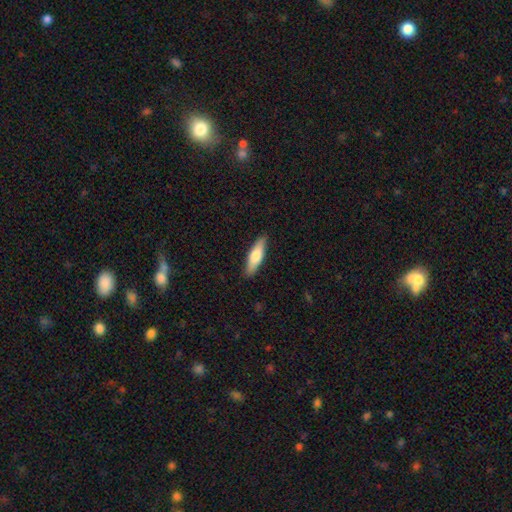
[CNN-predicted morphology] Smooth or featured: smooth — 70% (featured or disk — 25%)
How rounded: cigar-shaped — 60% (in between — 38%)
Merging: none — 88% (minor disturbance — 9%)